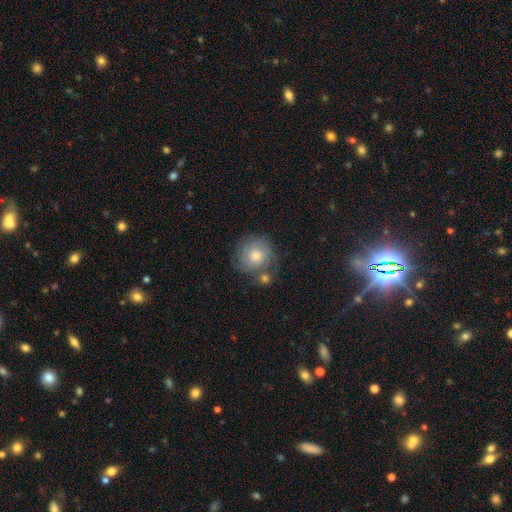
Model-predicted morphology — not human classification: Smooth or featured: featured or disk — 57% (smooth — 33%)
Edge-on disk: no — 97% (yes — 3%)
Bar: no — 80% (weak — 17%)
Spiral arms: yes — 87% (no — 13%)
Bulge size: moderate — 65% (small — 25%)
Merging: none — 66% (minor disturbance — 15%)